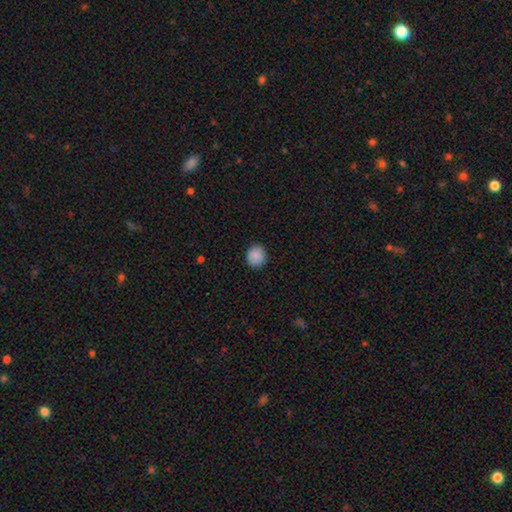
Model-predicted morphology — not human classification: Smooth or featured? smooth (89%)
How rounded? round (85%)
Merging? none (89%)